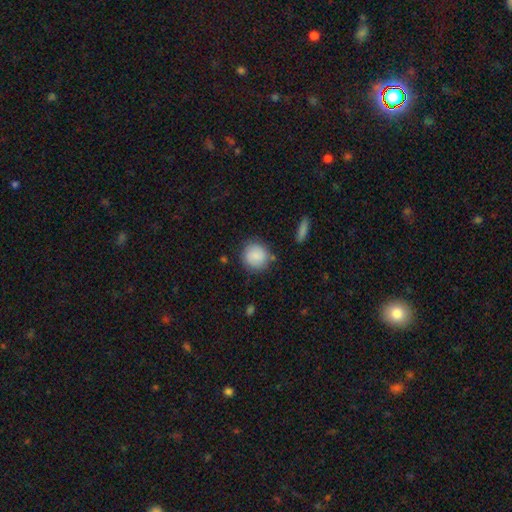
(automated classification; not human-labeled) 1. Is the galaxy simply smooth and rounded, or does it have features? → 85% smooth, 8% featured or disk, 7% star or artifact.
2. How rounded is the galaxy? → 88% round, 11% in between, 1% cigar-shaped.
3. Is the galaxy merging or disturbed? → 80% none, 13% minor disturbance, 4% major disturbance, 3% merger.